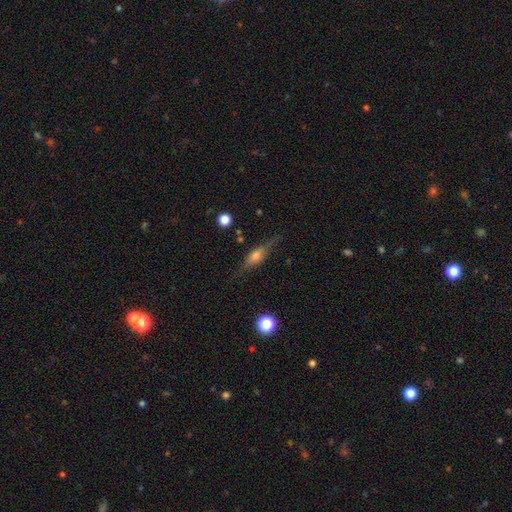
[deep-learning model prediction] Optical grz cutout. It shows a featured or disk galaxy (66%) viewed edge-on (93%) with a rounded central bulge (82%). Merging: none (79%).